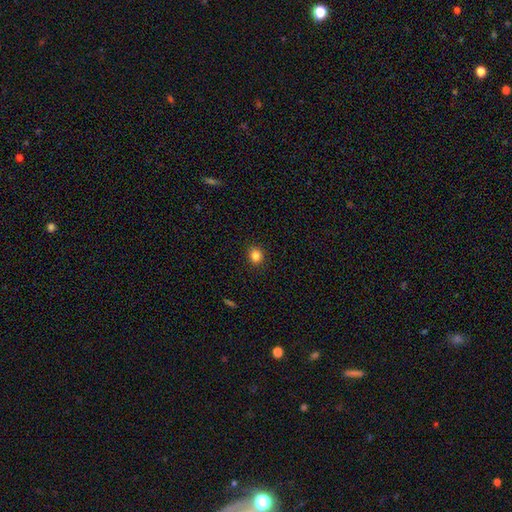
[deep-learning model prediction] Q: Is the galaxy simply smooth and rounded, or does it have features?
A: smooth — 83%.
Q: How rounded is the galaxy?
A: round — 79%.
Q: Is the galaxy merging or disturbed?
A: none — 91%.